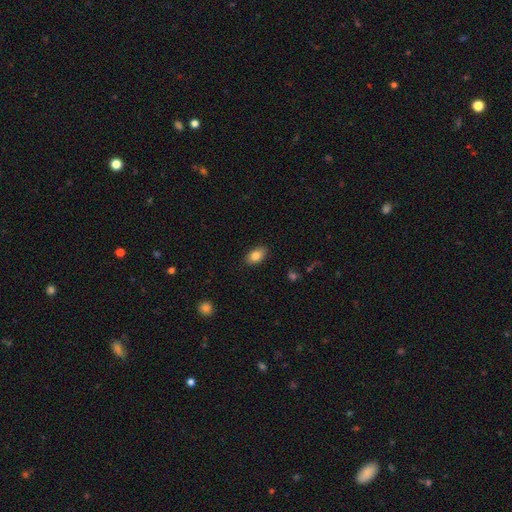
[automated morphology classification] smooth-or-featured: smooth: 84% | featured or disk: 8% | star or artifact: 8%
  how-rounded: in between: 90% | round: 8% | cigar-shaped: 2%
  merging: none: 87% | minor disturbance: 9% | major disturbance: 2% | merger: 1%